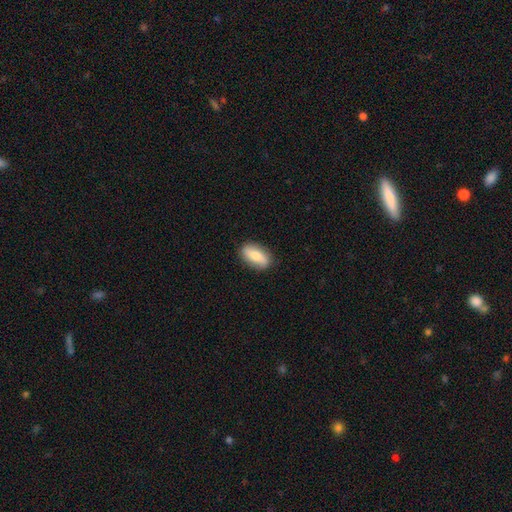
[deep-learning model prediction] Smooth or featured? Predicted: smooth (p=0.70). How rounded? Predicted: in between (p=0.87). Merging? Predicted: none (p=0.86).